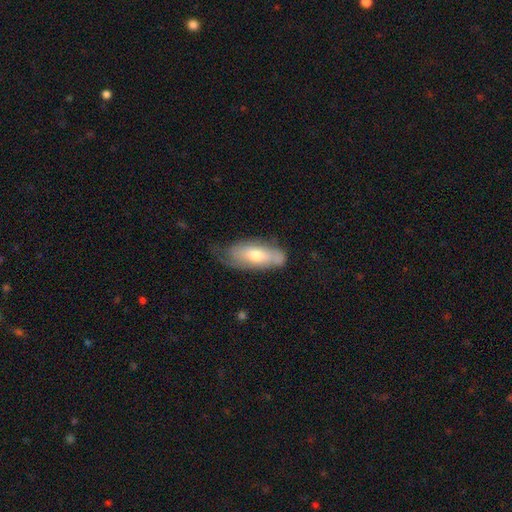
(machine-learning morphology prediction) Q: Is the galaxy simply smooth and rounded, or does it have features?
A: smooth — 56%.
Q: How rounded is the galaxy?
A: in between — 83%.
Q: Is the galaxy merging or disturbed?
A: none — 48%.